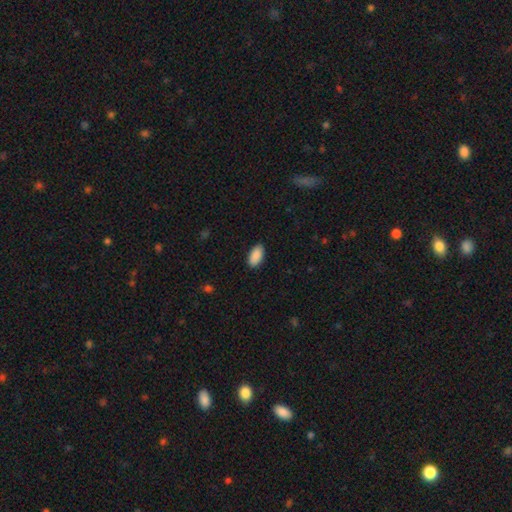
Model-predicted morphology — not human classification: Smooth or featured?
  - smooth: 91% *
  - star or artifact: 6%
  - featured or disk: 3%
How rounded?
  - in between: 94% *
  - cigar-shaped: 3%
  - round: 2%
Merging?
  - none: 88% *
  - minor disturbance: 9%
  - major disturbance: 2%
  - merger: 1%